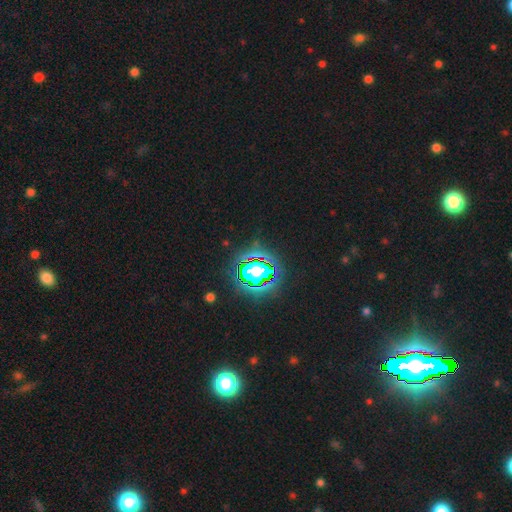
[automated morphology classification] star or artifact 82%, smooth 11%, featured or disk 8%.